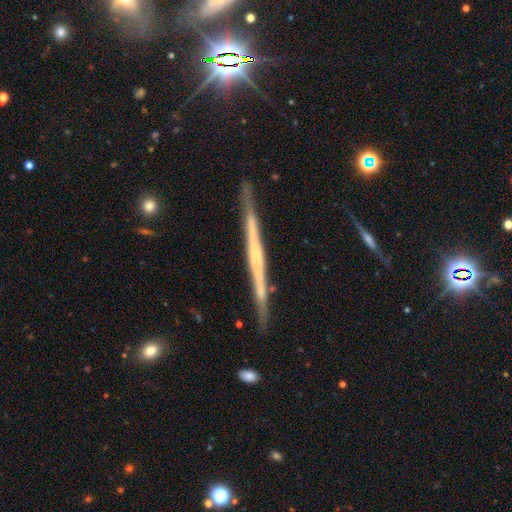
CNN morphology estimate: type=featured or disk (75%); edge-on=yes (98%); edge-on bulge=none (60%); merging=none (85%).